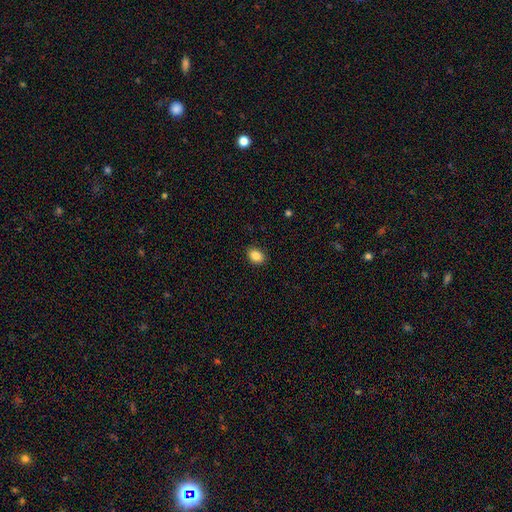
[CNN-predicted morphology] The model was most divided on "how rounded": in between: 71%, round: 28%, cigar-shaped: 1%. More confident: merging — none (89%); smooth or featured — smooth (87%).